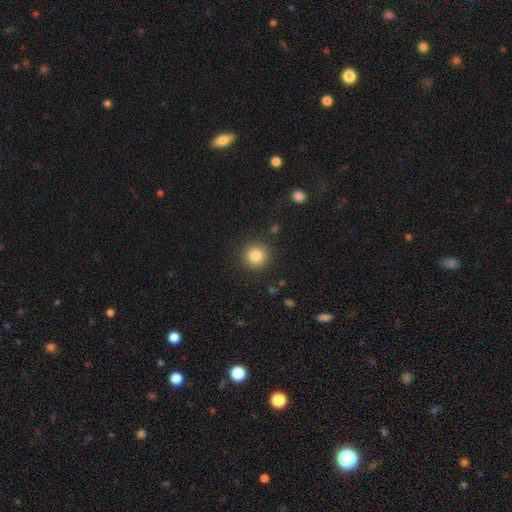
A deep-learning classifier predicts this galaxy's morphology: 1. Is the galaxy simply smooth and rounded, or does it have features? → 83% smooth, 10% star or artifact, 6% featured or disk.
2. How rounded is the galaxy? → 94% round, 5% in between, 1% cigar-shaped.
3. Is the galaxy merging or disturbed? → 90% none, 6% minor disturbance, 2% major disturbance, 1% merger.